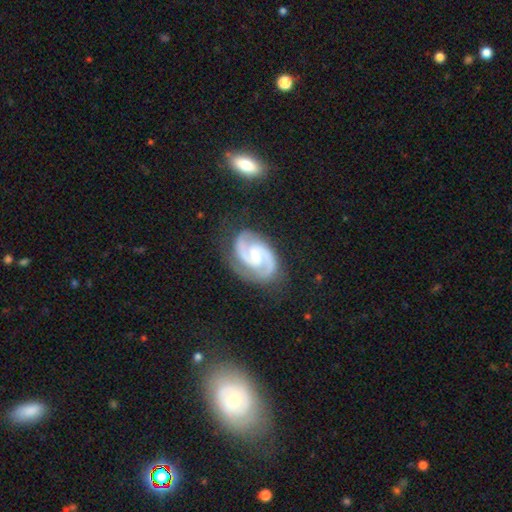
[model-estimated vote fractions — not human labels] Morphology: type=featured or disk (92%); edge-on=no (98%); bar=no (46%); spiral arms=yes (98%); winding=medium (54%); arm count=2 (92%); bulge=moderate (52%); merging=none (79%).